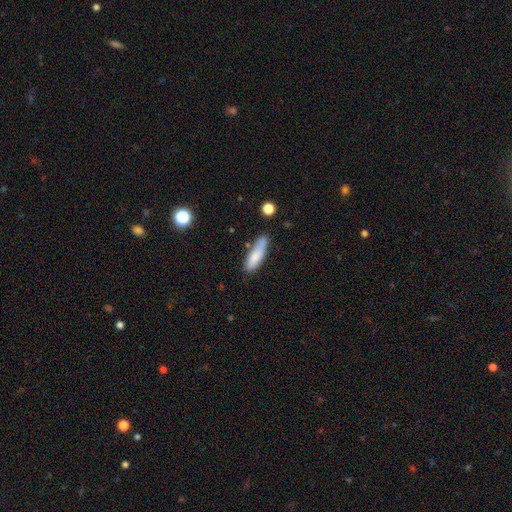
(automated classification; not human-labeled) smooth_or_featured: smooth (p=0.80) [alt: featured or disk p=0.14]
how_rounded: cigar-shaped (p=0.64) [alt: in between p=0.34]
merging: none (p=0.68) [alt: minor disturbance p=0.21]